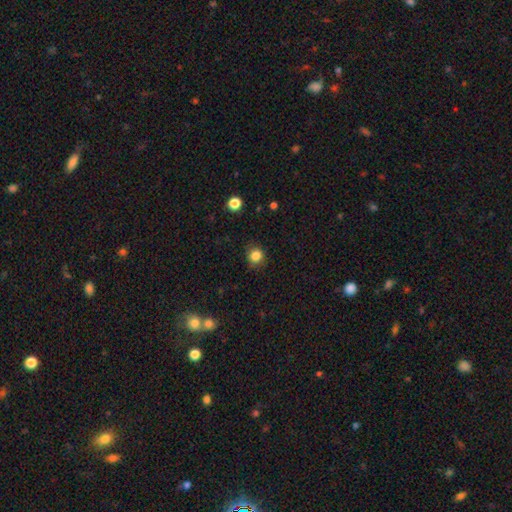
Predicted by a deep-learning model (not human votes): This appears to be a smooth galaxy with no disk features (84%) that is round (84%). Merging: none (83%).